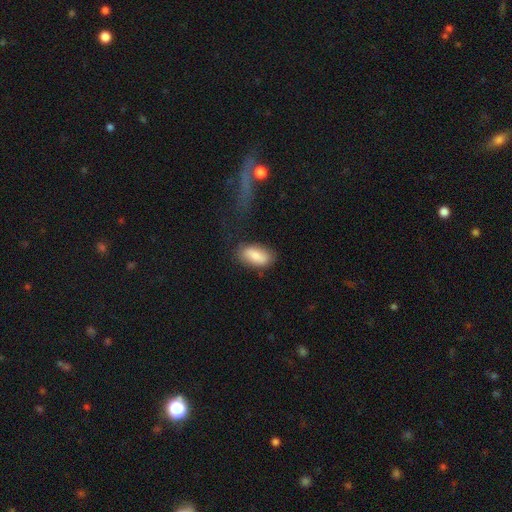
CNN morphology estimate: Smooth or featured: smooth — 82% (featured or disk — 11%)
How rounded: in between — 91% (cigar-shaped — 6%)
Merging: none — 72% (minor disturbance — 18%)